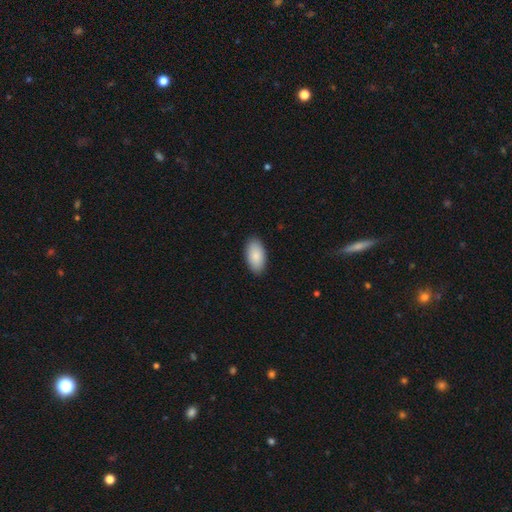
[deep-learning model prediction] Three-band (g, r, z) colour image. It shows a smooth galaxy with no disk features (88%) that is in between round and cigar-shaped (95%). Merging: none (89%).